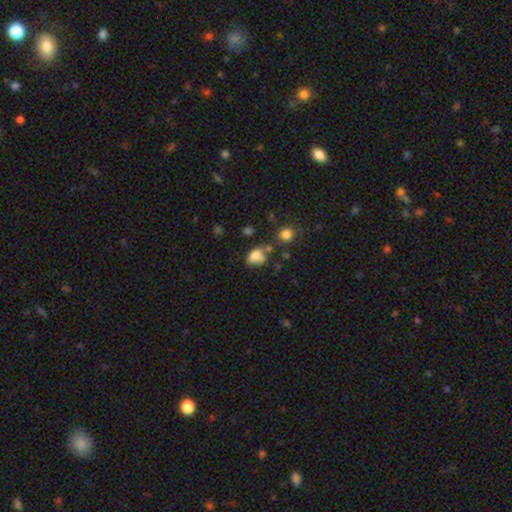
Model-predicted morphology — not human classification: A smooth galaxy with no disk features (75%) that is in between round and cigar-shaped (73%).

Vote fractions:
- Smooth or featured? smooth: 75% / featured or disk: 13% / star or artifact: 12%
- How rounded? in between: 73% / round: 26% / cigar-shaped: 2%
- Merging? none: 39% / minor disturbance: 27% / merger: 20% / major disturbance: 14%